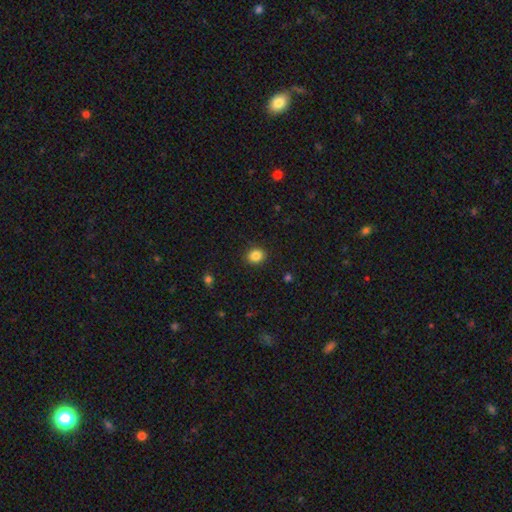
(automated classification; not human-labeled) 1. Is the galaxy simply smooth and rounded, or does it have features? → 86% smooth, 10% star or artifact, 4% featured or disk.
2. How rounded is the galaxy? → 70% round, 29% in between, 1% cigar-shaped.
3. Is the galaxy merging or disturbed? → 90% none, 7% minor disturbance, 2% major disturbance, 1% merger.